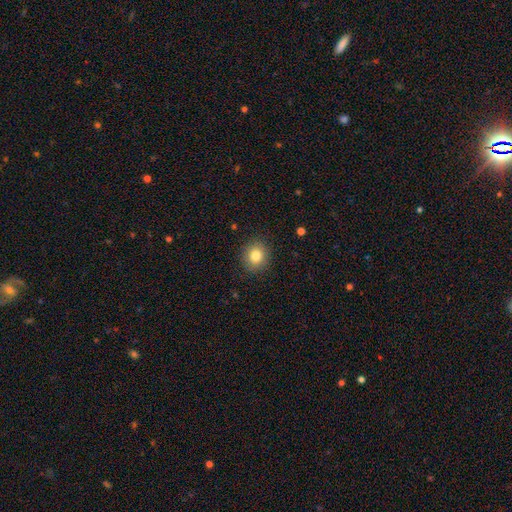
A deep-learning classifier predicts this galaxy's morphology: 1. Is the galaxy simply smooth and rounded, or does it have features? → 82% smooth, 10% star or artifact, 8% featured or disk.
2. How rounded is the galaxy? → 80% round, 19% in between, 1% cigar-shaped.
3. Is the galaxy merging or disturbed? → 90% none, 7% minor disturbance, 2% major disturbance, 1% merger.